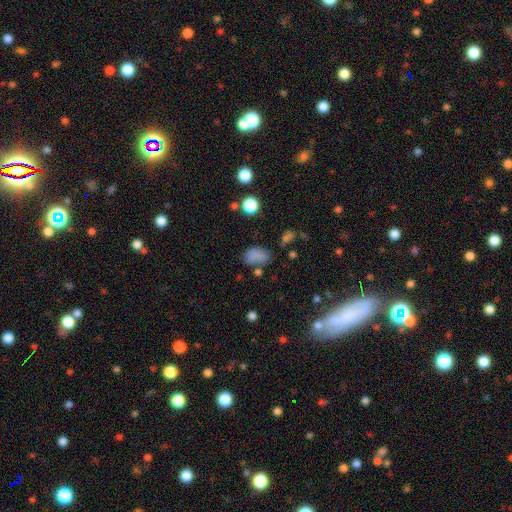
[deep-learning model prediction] This is likely a smooth galaxy (76%). How rounded: clearly in between (84%). Merging: possibly none (54%).